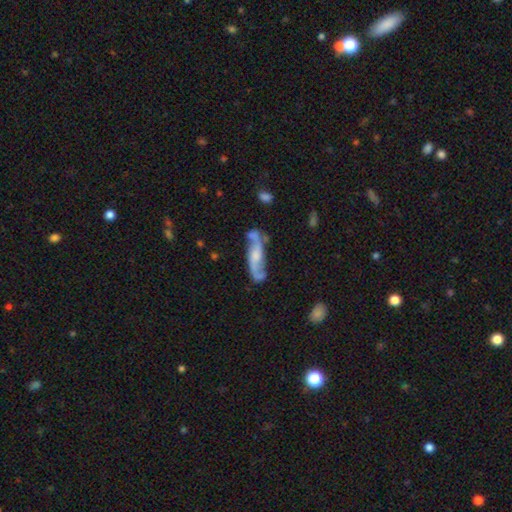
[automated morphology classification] The model was most divided on "bulge size": moderate: 40%, small: 35%, none: 14%, large: 9%, dominant: 2%. More confident: spiral arms — yes (91%); spiral arm count — 2 (88%); edge-on disk — no (79%); smooth or featured — featured or disk (73%); merging — none (57%); spiral winding — loose (57%); bar — no (54%).